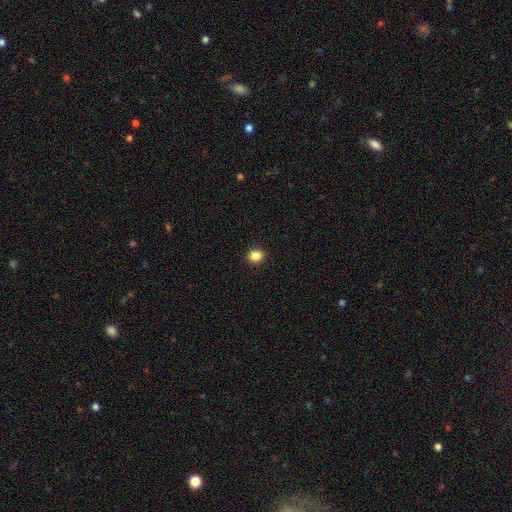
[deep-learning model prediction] smooth-or-featured: smooth: 85% | star or artifact: 11% | featured or disk: 4%
  how-rounded: round: 73% | in between: 26% | cigar-shaped: 1%
  merging: none: 93% | minor disturbance: 5% | major disturbance: 2% | merger: 1%